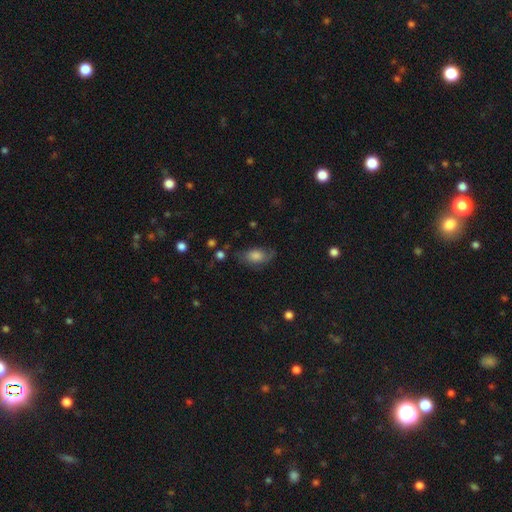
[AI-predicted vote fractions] Smooth or featured? Predicted: smooth (p=0.67). How rounded? Predicted: in between (p=0.83). Merging? Predicted: none (p=0.59).